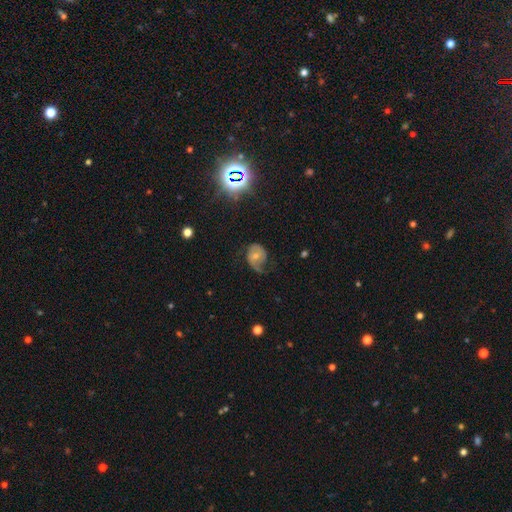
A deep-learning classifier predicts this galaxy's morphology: This is possibly a featured or disk galaxy (54%). It is clearly not viewed edge-on (96%). Bar: possibly no (60%). Spiral arm pattern: likely yes (80%). Central bulge: possibly small (48%). Merging: marginally none (41%).